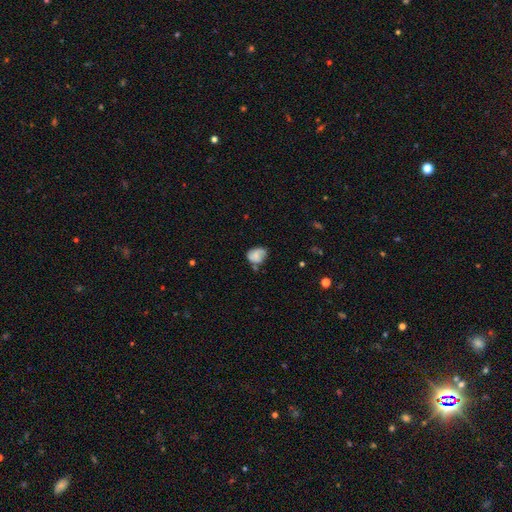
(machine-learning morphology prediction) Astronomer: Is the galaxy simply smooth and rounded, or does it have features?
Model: smooth — 59%.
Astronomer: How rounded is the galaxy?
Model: in between — 57% (runner-up: round, 42%).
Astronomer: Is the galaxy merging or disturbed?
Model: none — 48% (runner-up: minor disturbance, 32%).